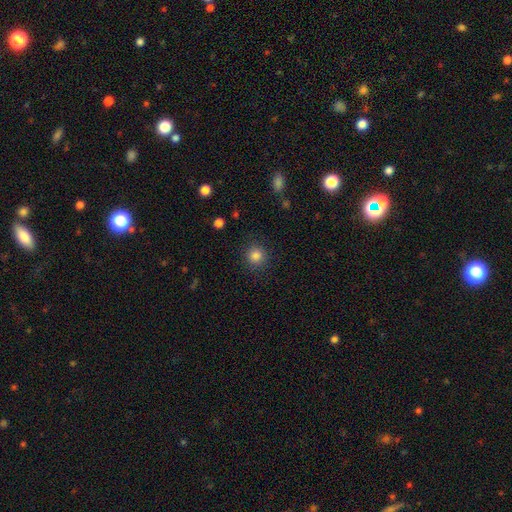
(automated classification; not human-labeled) Smooth or featured?
  - smooth: 84% *
  - star or artifact: 11%
  - featured or disk: 4%
How rounded?
  - round: 93% *
  - in between: 6%
  - cigar-shaped: 1%
Merging?
  - none: 89% *
  - minor disturbance: 7%
  - major disturbance: 3%
  - merger: 1%